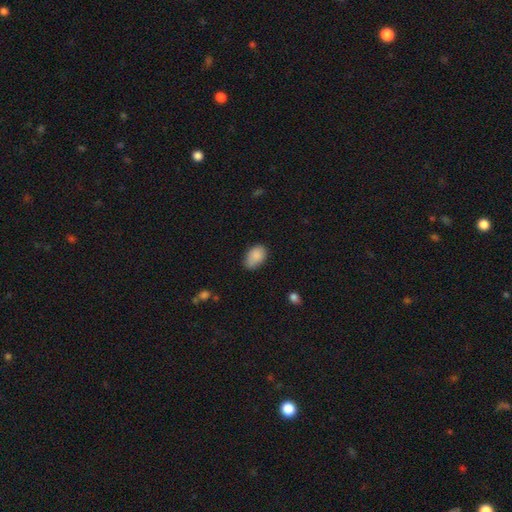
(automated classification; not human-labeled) This is clearly a smooth galaxy (86%). How rounded: clearly in between (88%). Merging: likely none (67%).